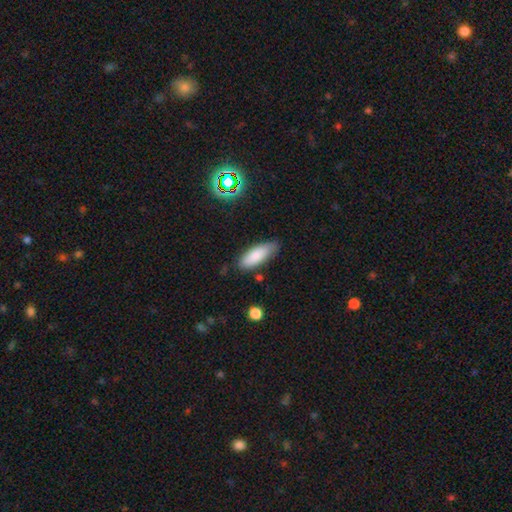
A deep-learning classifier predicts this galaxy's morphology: A smooth galaxy with no disk features (84%) that is in between round and cigar-shaped (70%). Merging: none (75%).